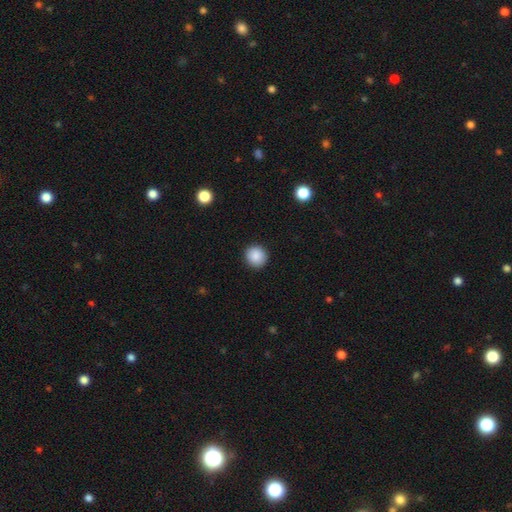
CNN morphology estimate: Smooth or featured?
  - smooth: 88% *
  - star or artifact: 8%
  - featured or disk: 3%
How rounded?
  - round: 92% *
  - in between: 7%
  - cigar-shaped: 1%
Merging?
  - none: 92% *
  - minor disturbance: 6%
  - major disturbance: 2%
  - merger: 1%